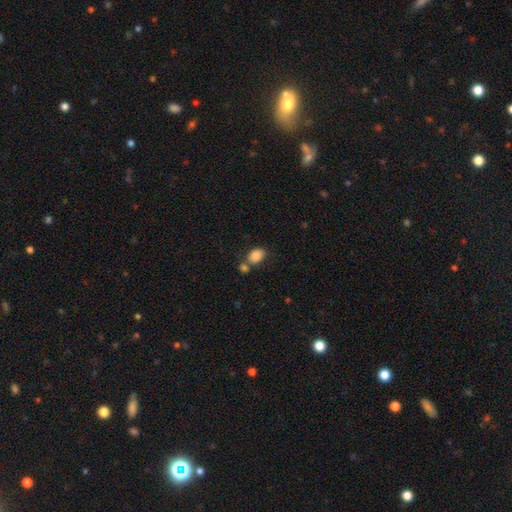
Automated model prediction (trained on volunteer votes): smooth_or_featured: smooth (p=0.84) [alt: star or artifact p=0.08]
how_rounded: in between (p=0.73) [alt: round p=0.26]
merging: none (p=0.56) [alt: merger p=0.26]